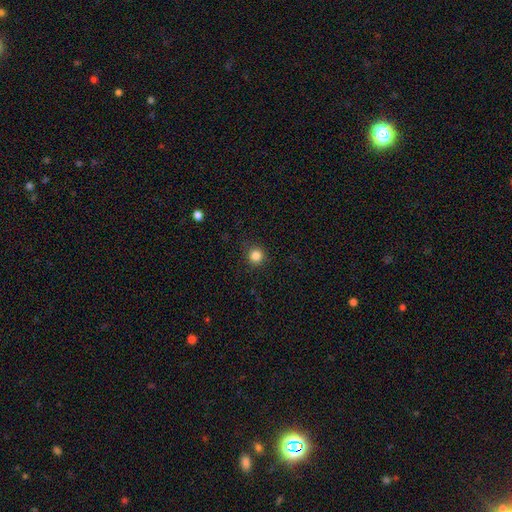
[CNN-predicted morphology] smooth 85%, star or artifact 11%, featured or disk 4%. Down the decision tree: how rounded — round (94%); merging — none (90%).